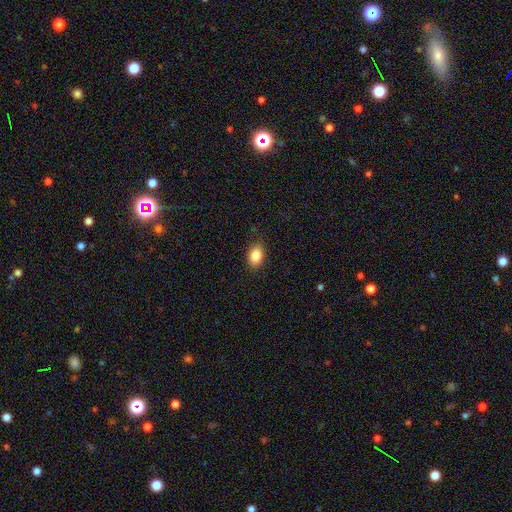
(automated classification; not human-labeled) smooth 86%, star or artifact 8%, featured or disk 6%. Down the decision tree: how rounded — in between (83%); merging — none (85%).